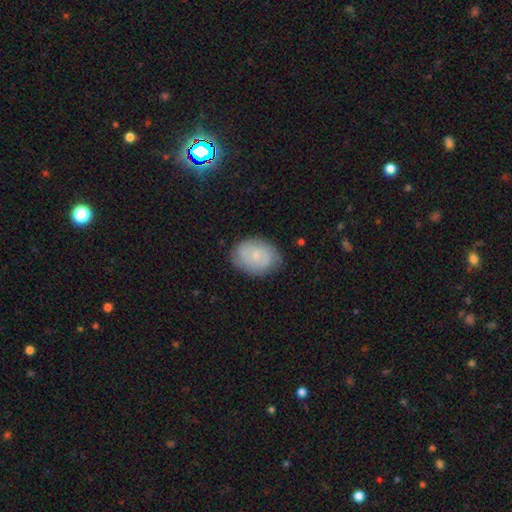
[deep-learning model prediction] Q: Smooth or featured?
A: smooth (63%); runner-up: featured or disk (28%)
Q: How rounded?
A: in between (67%); runner-up: round (32%)
Q: Merging?
A: none (77%); runner-up: minor disturbance (17%)